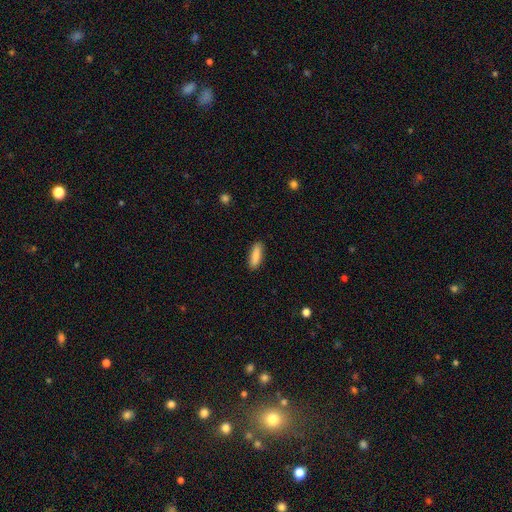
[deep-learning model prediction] Smooth or featured? smooth (86%)
How rounded? in between (53%)
Merging? none (87%)